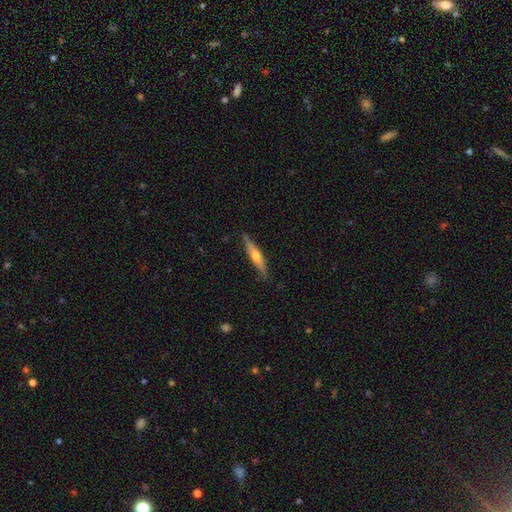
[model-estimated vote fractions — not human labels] featured or disk 53%, smooth 42%, star or artifact 6%. Down the decision tree: edge-on disk — yes (94%); merging — none (85%).